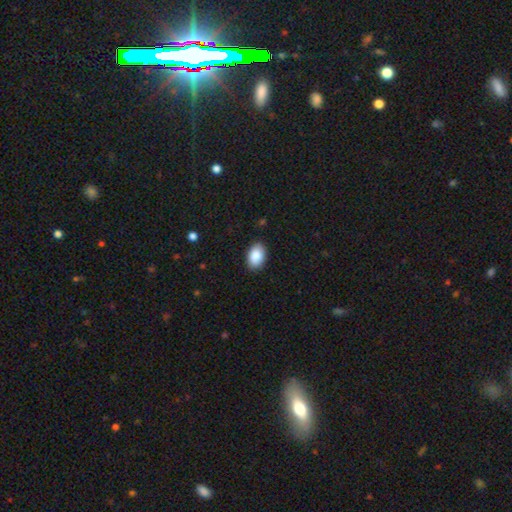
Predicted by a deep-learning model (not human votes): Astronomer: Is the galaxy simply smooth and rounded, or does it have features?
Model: smooth — 89%.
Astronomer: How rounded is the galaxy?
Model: in between — 89%.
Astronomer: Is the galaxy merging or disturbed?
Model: none — 88%.